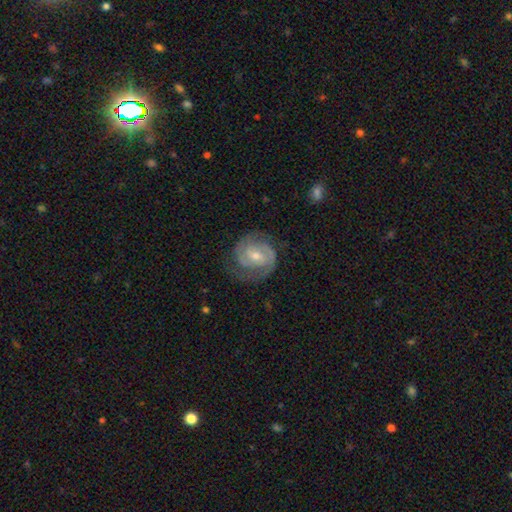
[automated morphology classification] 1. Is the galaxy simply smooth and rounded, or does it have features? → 85% featured or disk, 10% smooth, 5% star or artifact.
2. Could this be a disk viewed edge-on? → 97% no, 3% yes.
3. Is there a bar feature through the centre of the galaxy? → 47% weak, 38% no, 16% strong.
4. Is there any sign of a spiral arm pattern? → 96% yes, 4% no.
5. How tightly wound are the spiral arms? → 61% tight, 32% medium, 7% loose.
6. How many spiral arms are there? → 74% 2, 10% can't tell, 8% 3, 5% 1, 2% 4, 2% more than 4.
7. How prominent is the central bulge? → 51% moderate, 44% small, 2% large, 2% none, 1% dominant.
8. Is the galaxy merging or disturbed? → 73% none, 17% minor disturbance, 9% major disturbance, 1% merger.